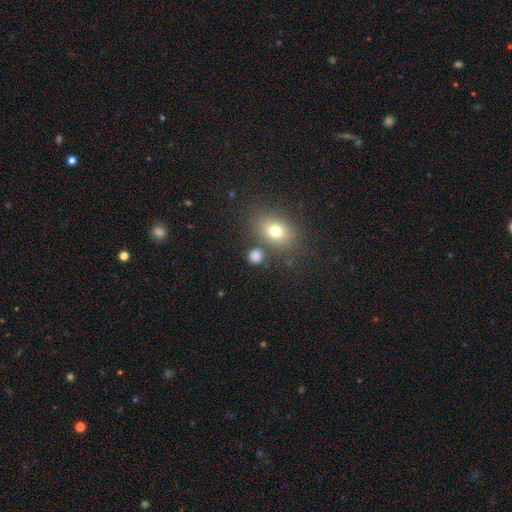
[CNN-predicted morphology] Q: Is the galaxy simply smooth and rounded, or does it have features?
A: smooth — 78%.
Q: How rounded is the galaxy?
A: round — 69%.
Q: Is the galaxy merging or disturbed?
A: none — 76%.